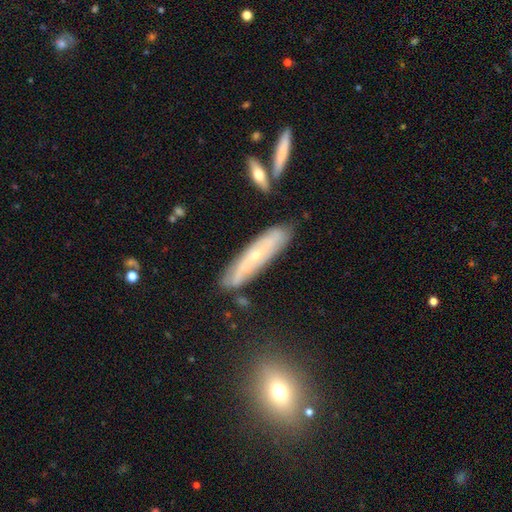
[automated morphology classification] Smooth or featured?
  - featured or disk: 56% *
  - smooth: 35%
  - star or artifact: 8%
Edge-on disk?
  - no: 55% *
  - yes: 45%
Merging?
  - none: 77% *
  - minor disturbance: 16%
  - merger: 4%
  - major disturbance: 3%